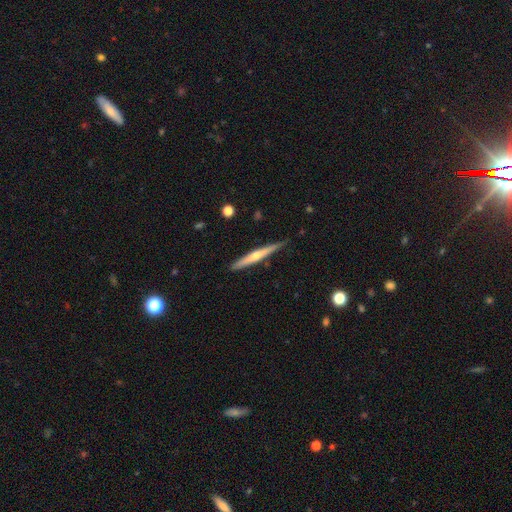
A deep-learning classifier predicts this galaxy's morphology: type=featured or disk (58%); edge-on=yes (97%); edge-on bulge=rounded (69%); merging=none (86%).